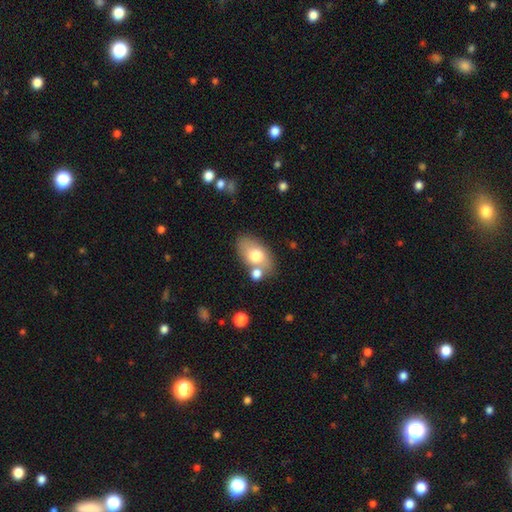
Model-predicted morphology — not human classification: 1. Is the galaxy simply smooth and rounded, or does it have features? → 71% smooth, 22% featured or disk, 7% star or artifact.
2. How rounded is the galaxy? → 88% in between, 10% round, 2% cigar-shaped.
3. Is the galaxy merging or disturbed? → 62% none, 18% merger, 15% minor disturbance, 5% major disturbance.